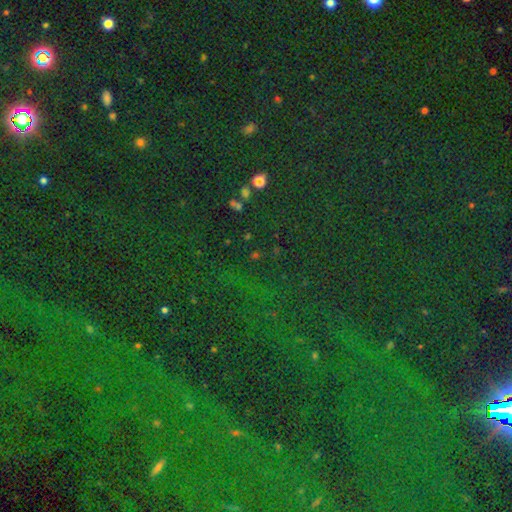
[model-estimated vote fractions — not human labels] Morphology: type=star or artifact (69%).